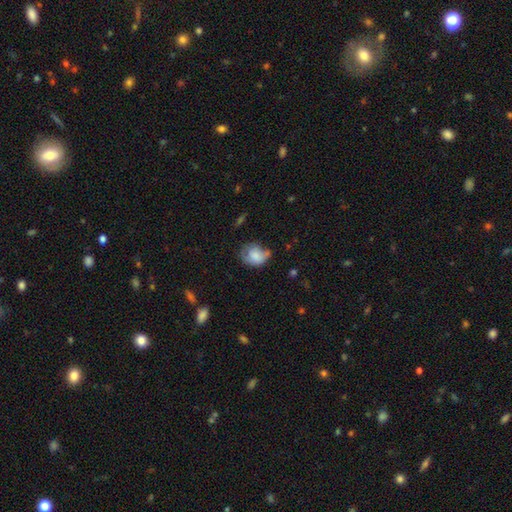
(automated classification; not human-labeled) This is likely a smooth galaxy (71%). How rounded: possibly round (51%). Merging: marginally none (39%).